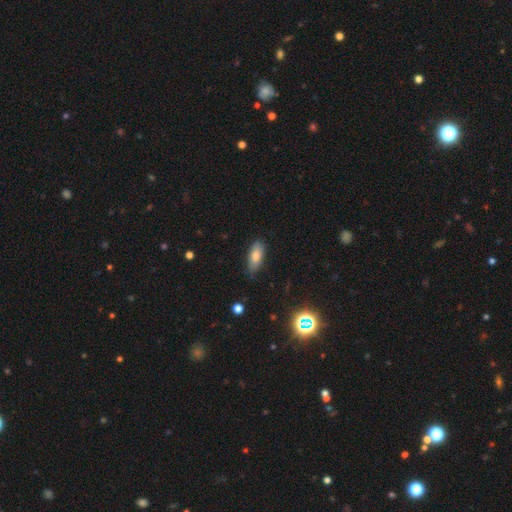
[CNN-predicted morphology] smooth 78%, featured or disk 13%, star or artifact 9%. Down the decision tree: how rounded — in between (78%); merging — none (78%).